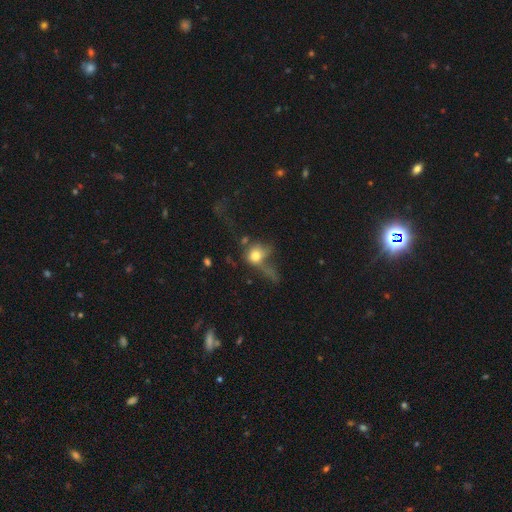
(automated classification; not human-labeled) Smooth or featured? smooth (66%)
How rounded? round (62%)
Merging? major disturbance (42%)